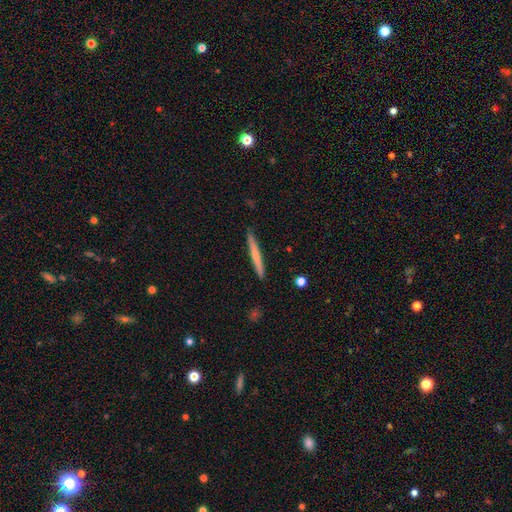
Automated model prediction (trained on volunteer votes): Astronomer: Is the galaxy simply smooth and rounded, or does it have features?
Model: smooth — 56% (runner-up: featured or disk, 38%).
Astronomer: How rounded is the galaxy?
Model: cigar-shaped — 96%.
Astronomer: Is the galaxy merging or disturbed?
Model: none — 90%.